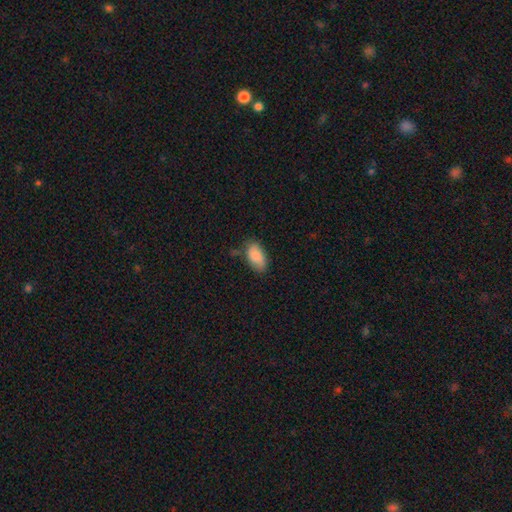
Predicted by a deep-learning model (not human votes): smooth-or-featured: smooth: 87% | star or artifact: 7% | featured or disk: 6%
  how-rounded: in between: 94% | round: 3% | cigar-shaped: 3%
  merging: none: 71% | minor disturbance: 22% | major disturbance: 5% | merger: 3%